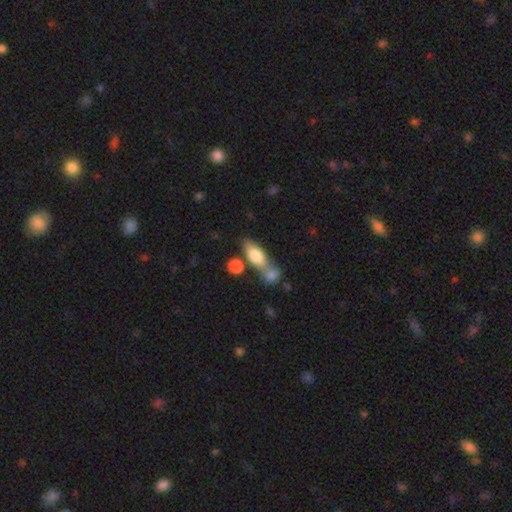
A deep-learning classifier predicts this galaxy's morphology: This appears to be a smooth galaxy with no disk features (76%) that is in between round and cigar-shaped (76%). Merging: none (46%).